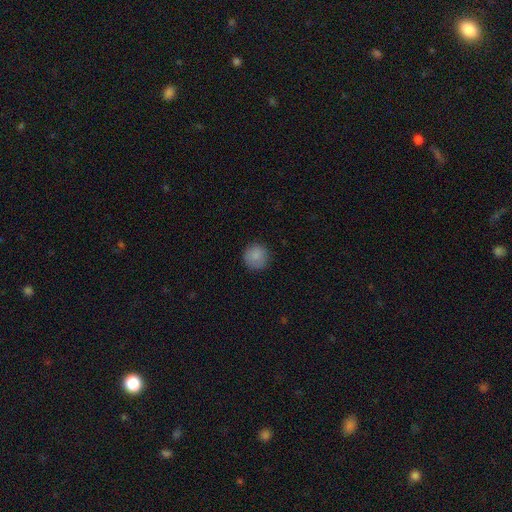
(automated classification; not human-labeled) A smooth galaxy with no disk features (87%) that is round (94%). Merging: none (87%).